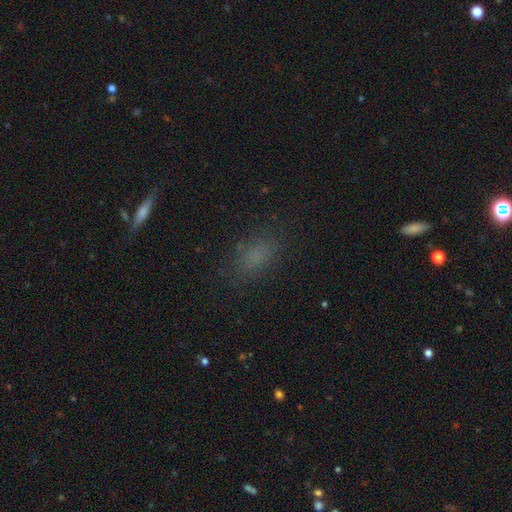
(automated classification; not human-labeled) The model was most divided on "smooth or featured": smooth: 74%, star or artifact: 17%, featured or disk: 9%. More confident: how rounded — in between (79%); merging — none (78%).